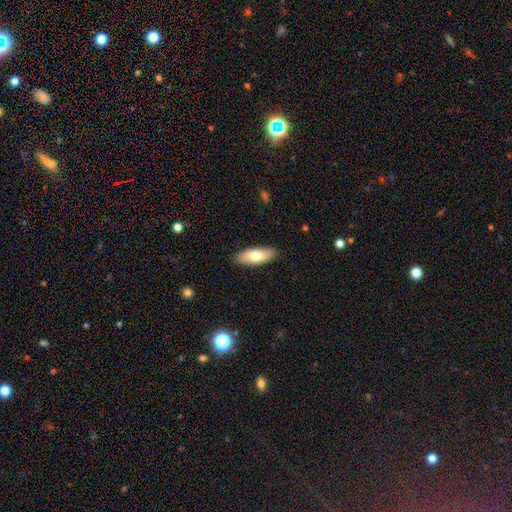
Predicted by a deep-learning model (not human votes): A smooth galaxy with no disk features (71%) that is in between round and cigar-shaped (76%).

Vote fractions:
- Smooth or featured? smooth: 71% / featured or disk: 23% / star or artifact: 6%
- How rounded? in between: 76% / cigar-shaped: 22% / round: 2%
- Merging? none: 88% / minor disturbance: 9% / major disturbance: 2% / merger: 1%